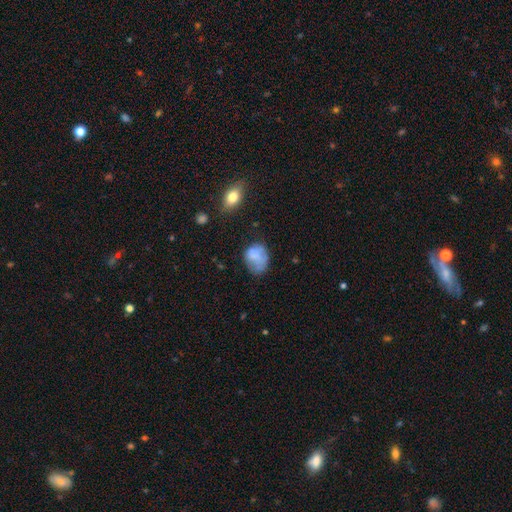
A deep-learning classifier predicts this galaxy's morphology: smooth_or_featured: smooth (p=0.68) [alt: featured or disk p=0.22]
how_rounded: in between (p=0.51) [alt: round p=0.48]
merging: none (p=0.46) [alt: minor disturbance p=0.32]